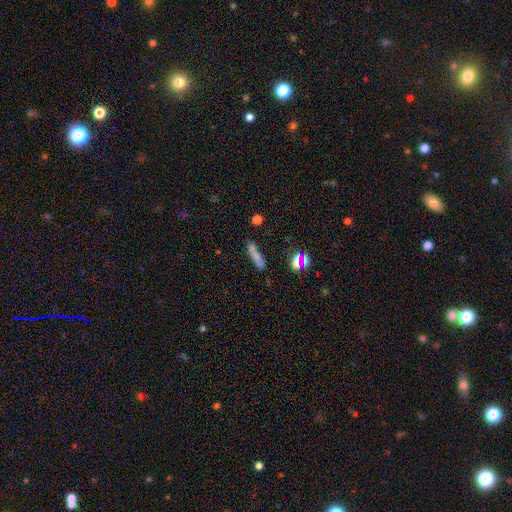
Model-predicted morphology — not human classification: This appears to be a smooth galaxy with no disk features (70%) that is cigar-shaped (82%). Merging: none (70%).